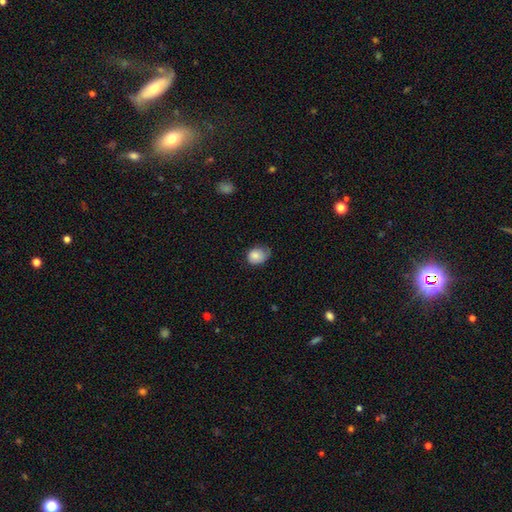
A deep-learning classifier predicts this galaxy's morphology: Overall: smooth (81%). How rounded: in between (52%; round 47%). Merging: none (47%; minor disturbance 39%).